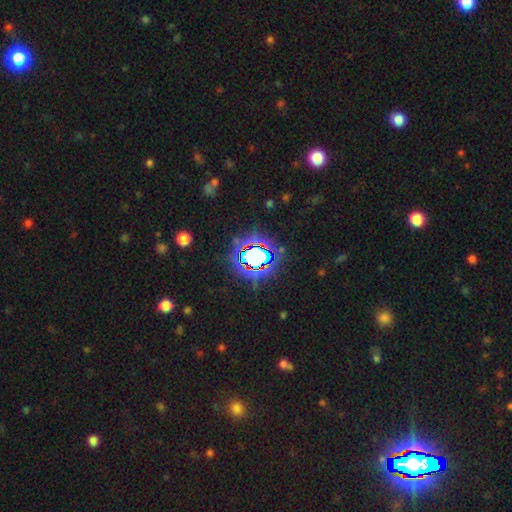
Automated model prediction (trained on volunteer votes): Smooth or featured? star or artifact (71%)